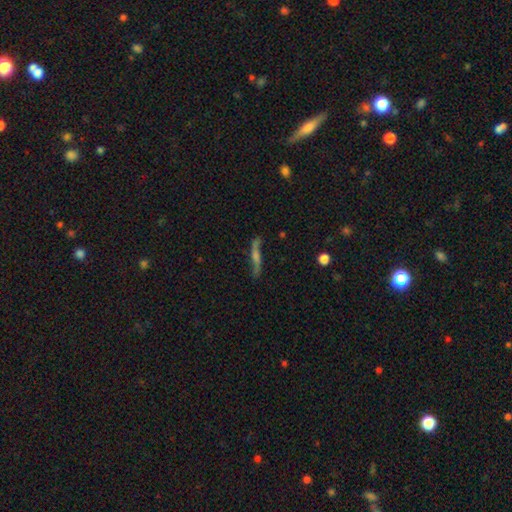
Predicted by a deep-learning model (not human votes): The model was most divided on "smooth or featured": featured or disk: 66%, smooth: 24%, star or artifact: 10%. More confident: merging — none (75%); edge-on disk — yes (71%).